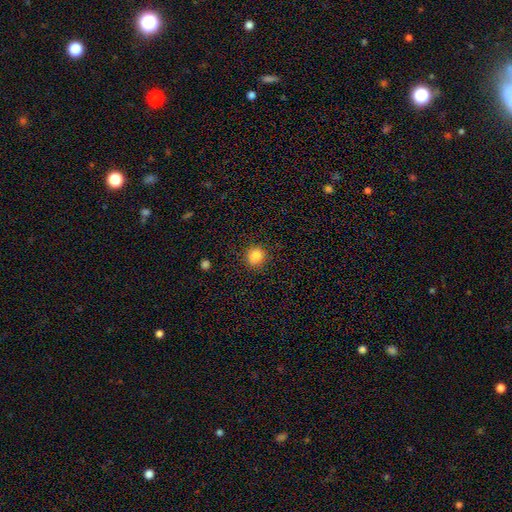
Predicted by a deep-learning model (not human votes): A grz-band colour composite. It shows a smooth galaxy with no disk features (84%) that is round (77%). Merging: none (84%).